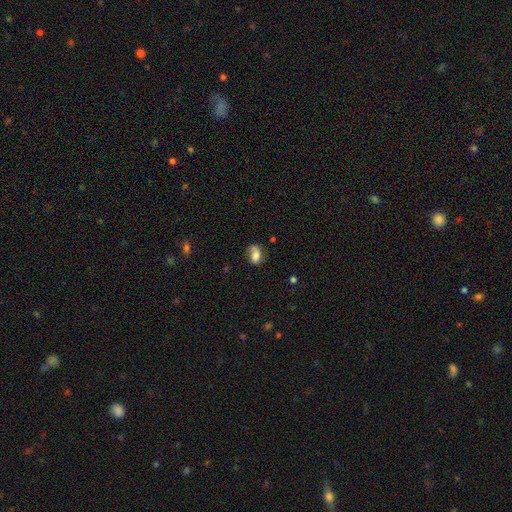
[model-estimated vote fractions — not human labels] Smooth or featured: smooth — 59% (featured or disk — 32%)
How rounded: in between — 78% (round — 20%)
Merging: none — 54% (minor disturbance — 28%)